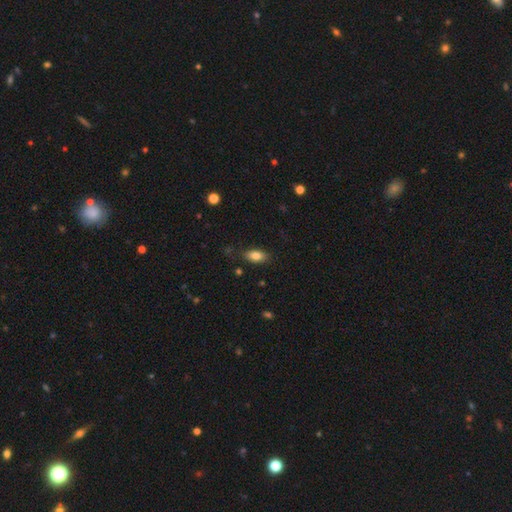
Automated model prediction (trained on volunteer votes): The model was most divided on "merging": none: 82%, minor disturbance: 13%, major disturbance: 3%, merger: 1%. More confident: how rounded — in between (88%); smooth or featured — smooth (83%).